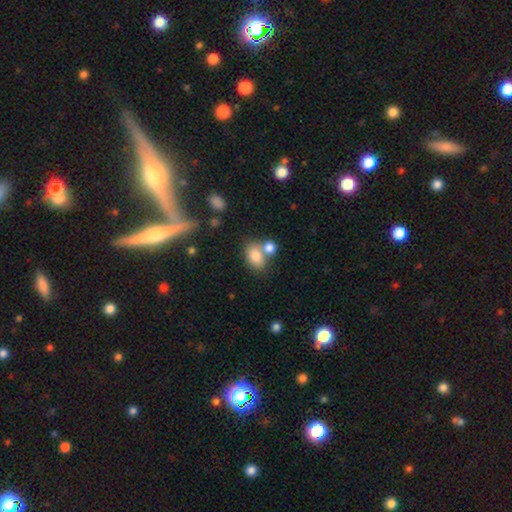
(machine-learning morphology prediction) type=smooth (80%); roundness=in between (82%); merging=none (46%).